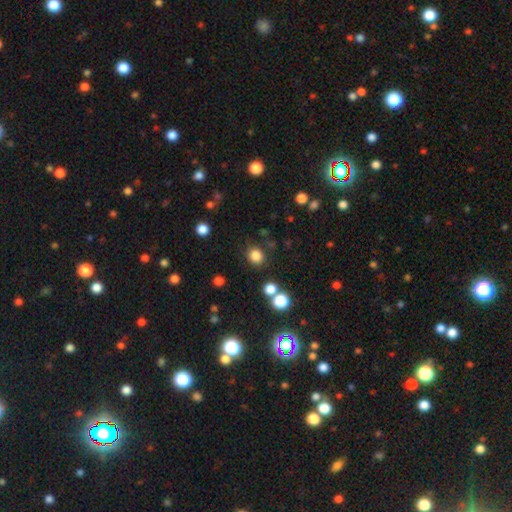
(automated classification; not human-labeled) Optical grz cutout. It shows a smooth galaxy with no disk features (82%) that is round (82%). Merging: none (82%).